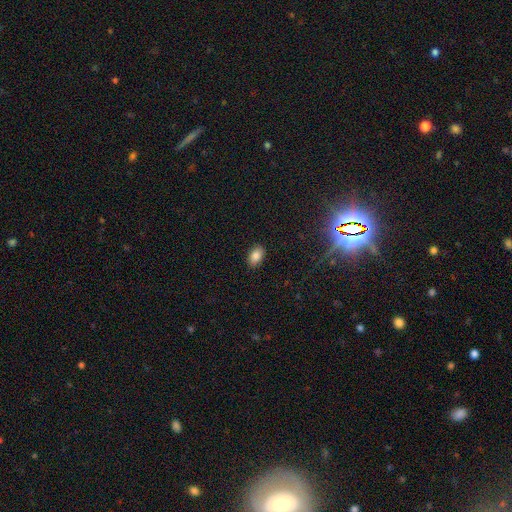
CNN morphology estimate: smooth 84%, star or artifact 9%, featured or disk 6%. Down the decision tree: how rounded — in between (86%); merging — none (88%).